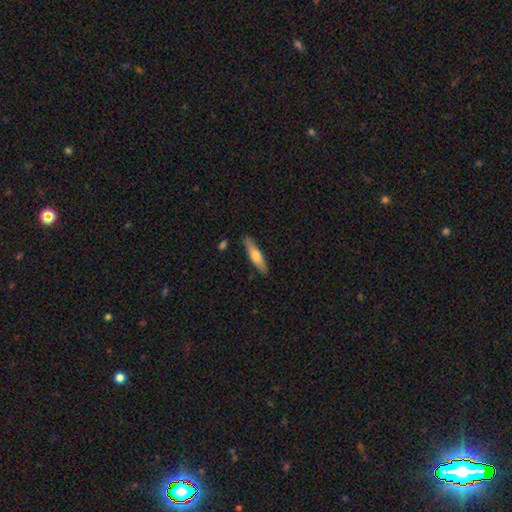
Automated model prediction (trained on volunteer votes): A smooth galaxy with no disk features (60%) that is cigar-shaped (75%).

Vote fractions:
- Smooth or featured? smooth: 60% / featured or disk: 34% / star or artifact: 6%
- How rounded? cigar-shaped: 75% / in between: 23% / round: 2%
- Merging? none: 87% / minor disturbance: 9% / merger: 2% / major disturbance: 2%